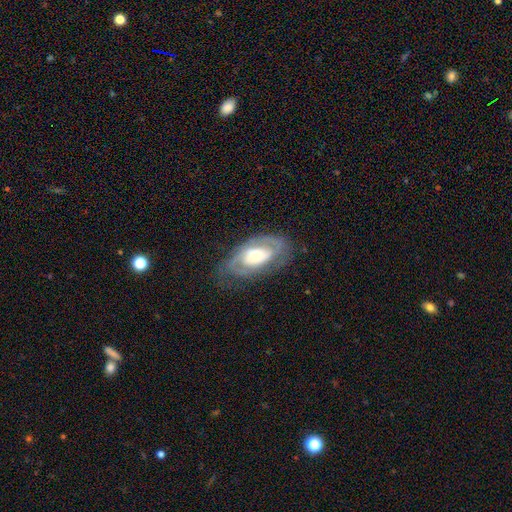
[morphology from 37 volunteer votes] Smooth or featured? featured or disk (86%)
Edge-on disk? no (97%)
Bar? no (68%)
Spiral arms? yes (94%)
Spiral winding? tight (79%)
Spiral arm count? 2 (79%)
Bulge size? small (52%)
Merging? none (72%)